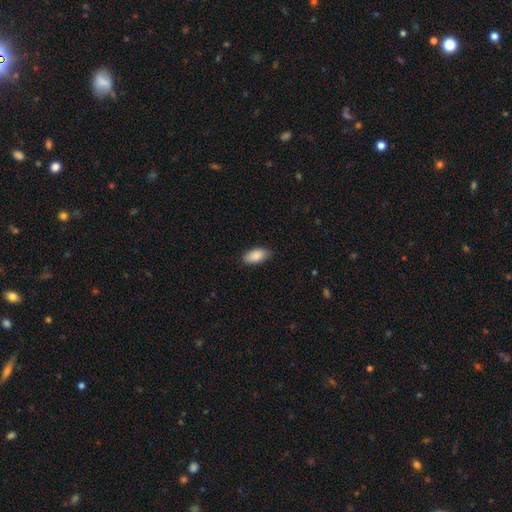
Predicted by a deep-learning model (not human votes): The model was most divided on "merging": none: 85%, minor disturbance: 11%, major disturbance: 2%, merger: 1%. More confident: how rounded — in between (93%); smooth or featured — smooth (89%).